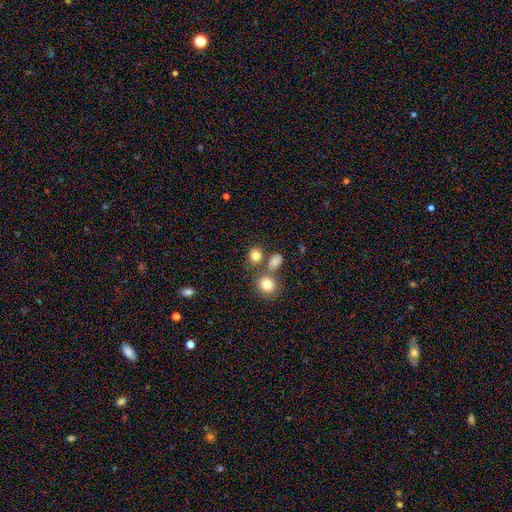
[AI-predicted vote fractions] A smooth galaxy with no disk features (80%) that is round (76%). Merging: none (64%).